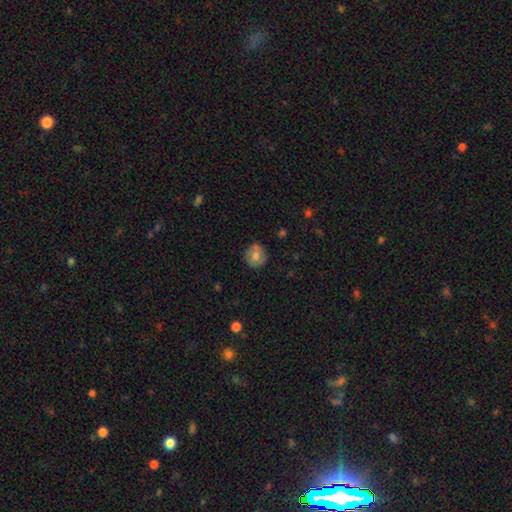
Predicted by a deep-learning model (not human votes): smooth 67%, featured or disk 24%, star or artifact 8%. Down the decision tree: how rounded — round (89%); merging — none (73%).